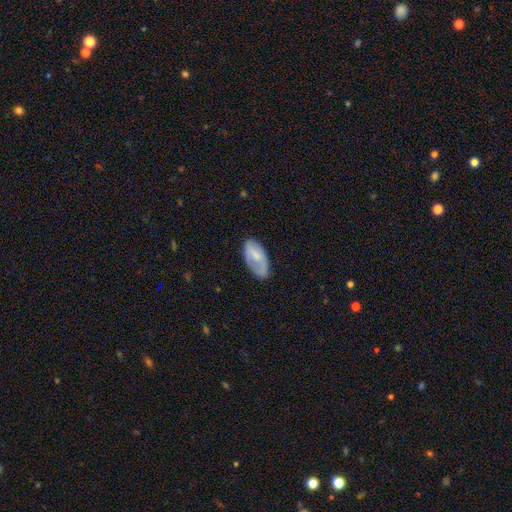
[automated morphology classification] Smooth or featured? Predicted: smooth (p=0.65). How rounded? Predicted: in between (p=0.93). Merging? Predicted: none (p=0.66).